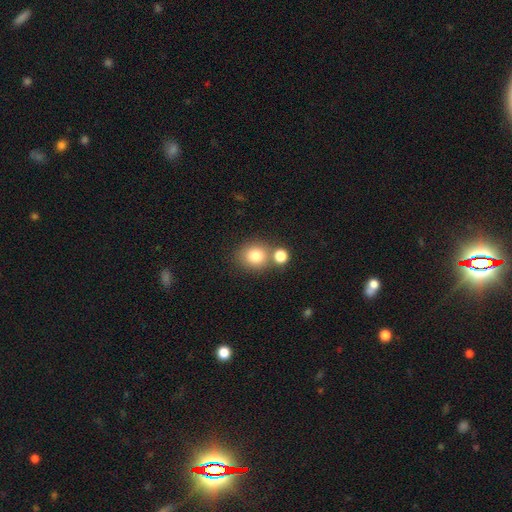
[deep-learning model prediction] Smooth or featured? smooth (79%)
How rounded? round (80%)
Merging? none (63%)